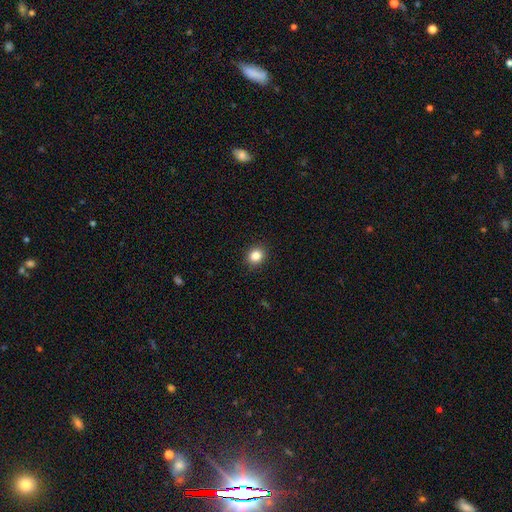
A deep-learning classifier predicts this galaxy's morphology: Q: Smooth or featured?
A: smooth (85%); runner-up: star or artifact (10%)
Q: How rounded?
A: round (69%); runner-up: in between (30%)
Q: Merging?
A: none (91%); runner-up: minor disturbance (6%)